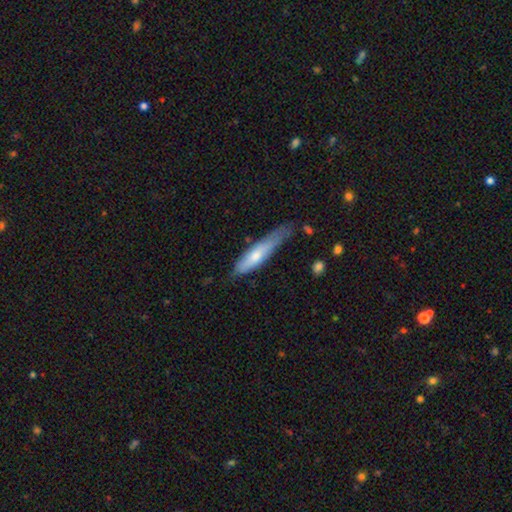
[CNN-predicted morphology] Smooth or featured? Predicted: smooth (p=0.62). How rounded? Predicted: cigar-shaped (p=0.78). Merging? Predicted: none (p=0.51).